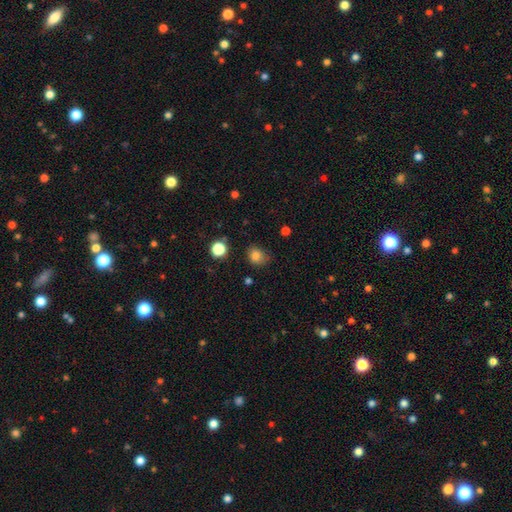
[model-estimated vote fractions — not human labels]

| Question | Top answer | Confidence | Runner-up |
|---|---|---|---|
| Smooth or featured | smooth | 81% | star or artifact (13%) |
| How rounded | round | 62% | in between (38%) |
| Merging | none | 67% | minor disturbance (25%) |